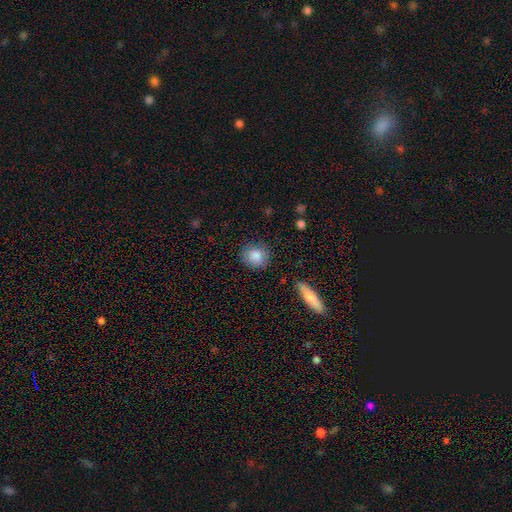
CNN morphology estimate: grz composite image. It shows a smooth galaxy with no disk features (85%) that is round (78%). Merging: none (83%).